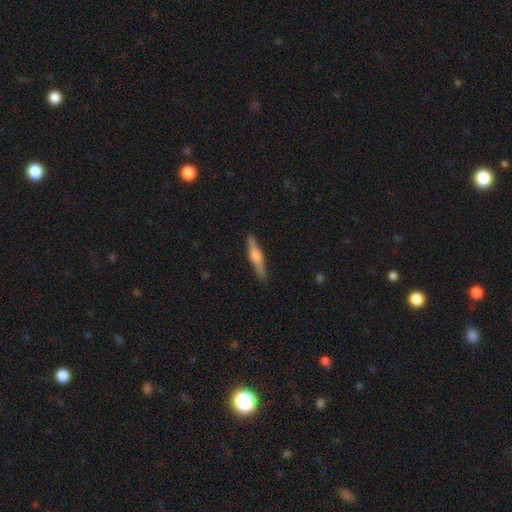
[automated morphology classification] smooth_or_featured: featured or disk (p=0.59) [alt: smooth p=0.35]
disk_edge_on: yes (p=0.97) [alt: no p=0.03]
edge_on_bulge: rounded (p=0.87) [alt: boxy p=0.08]
merging: none (p=0.90) [alt: minor disturbance p=0.07]